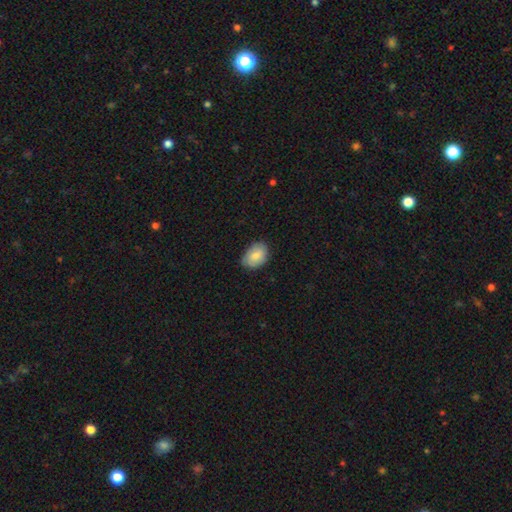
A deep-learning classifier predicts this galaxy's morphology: Smooth or featured?
  - smooth: 83% *
  - featured or disk: 11%
  - star or artifact: 7%
How rounded?
  - in between: 80% *
  - round: 19%
  - cigar-shaped: 1%
Merging?
  - none: 74% *
  - minor disturbance: 21%
  - major disturbance: 3%
  - merger: 1%